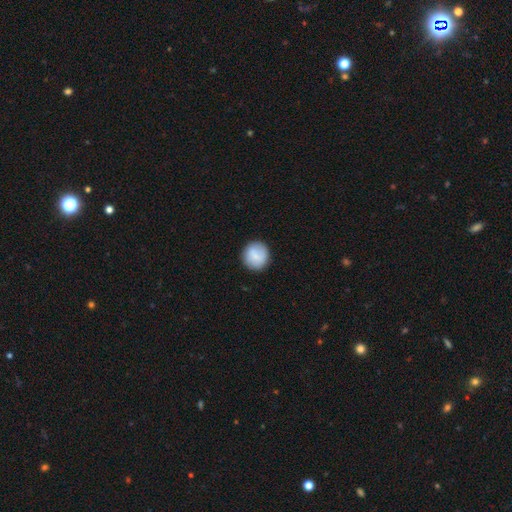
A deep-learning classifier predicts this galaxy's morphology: Smooth or featured? smooth (80%)
How rounded? round (92%)
Merging? none (89%)